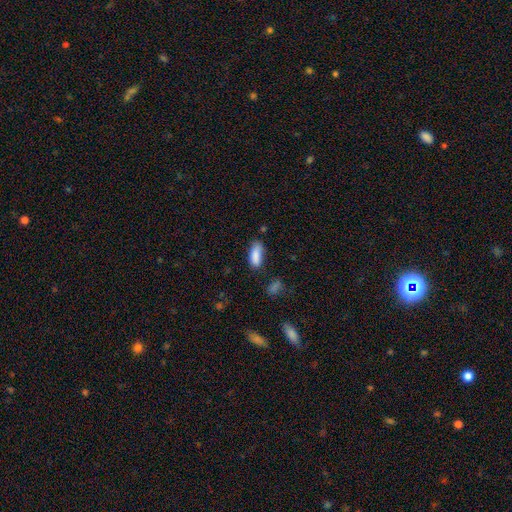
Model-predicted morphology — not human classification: type=smooth (87%); roundness=in between (78%); merging=none (66%).